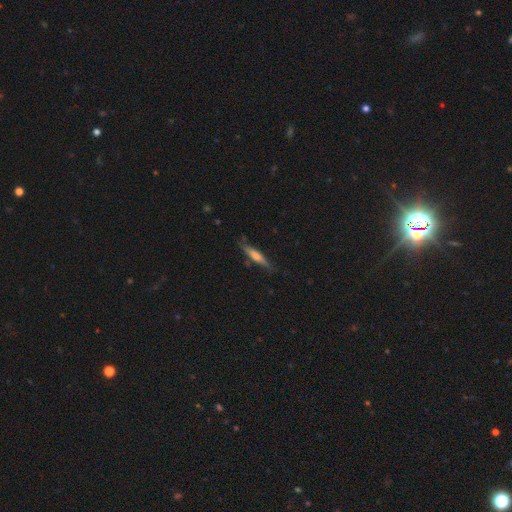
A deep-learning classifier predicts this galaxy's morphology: smooth-or-featured: smooth: 48% | featured or disk: 46% | star or artifact: 6%
  merging: none: 78% | minor disturbance: 16% | major disturbance: 3% | merger: 2%